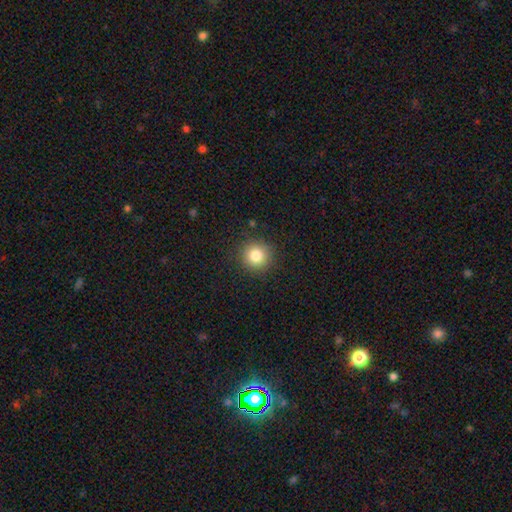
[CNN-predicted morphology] smooth-or-featured: smooth: 82% | star or artifact: 11% | featured or disk: 7%
  how-rounded: round: 93% | in between: 6% | cigar-shaped: 1%
  merging: none: 89% | minor disturbance: 7% | major disturbance: 2% | merger: 1%